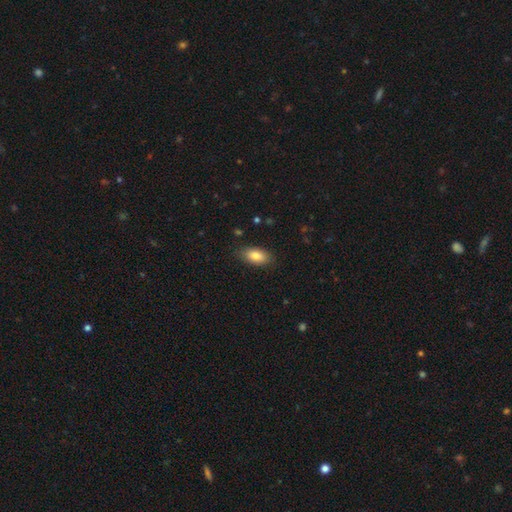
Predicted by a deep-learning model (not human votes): Smooth or featured?
  - smooth: 85% *
  - featured or disk: 8%
  - star or artifact: 7%
How rounded?
  - in between: 91% *
  - cigar-shaped: 6%
  - round: 4%
Merging?
  - none: 84% *
  - minor disturbance: 12%
  - major disturbance: 3%
  - merger: 1%